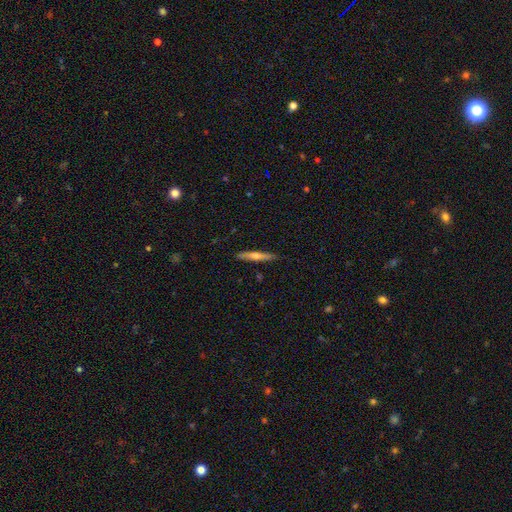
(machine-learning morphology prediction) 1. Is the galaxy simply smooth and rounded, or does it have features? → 54% featured or disk, 41% smooth, 6% star or artifact.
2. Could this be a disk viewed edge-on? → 96% yes, 4% no.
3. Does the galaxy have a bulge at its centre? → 80% rounded, 16% none, 4% boxy.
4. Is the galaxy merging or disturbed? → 89% none, 8% minor disturbance, 1% major disturbance, 1% merger.